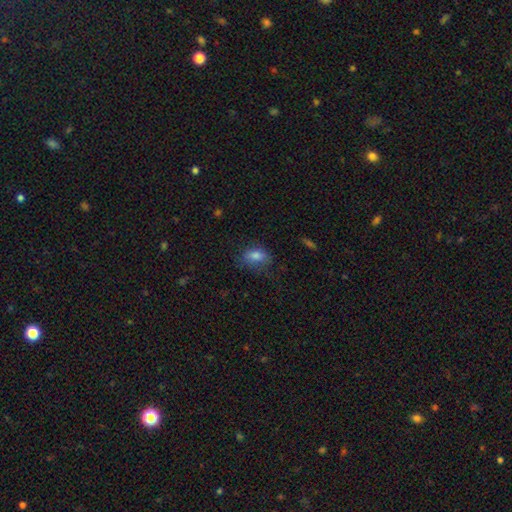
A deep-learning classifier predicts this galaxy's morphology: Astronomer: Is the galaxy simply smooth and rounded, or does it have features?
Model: smooth — 79%.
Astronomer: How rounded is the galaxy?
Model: in between — 83%.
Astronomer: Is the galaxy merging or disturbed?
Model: none — 61%.